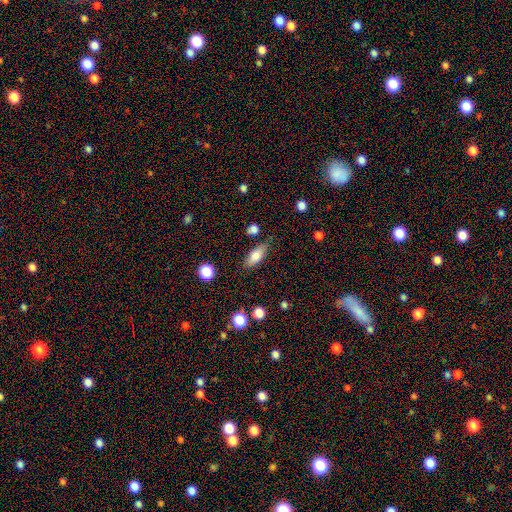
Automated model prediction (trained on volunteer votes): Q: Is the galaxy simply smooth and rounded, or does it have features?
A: smooth — 75%.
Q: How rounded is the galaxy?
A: in between — 73%.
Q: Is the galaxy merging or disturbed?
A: none — 78%.